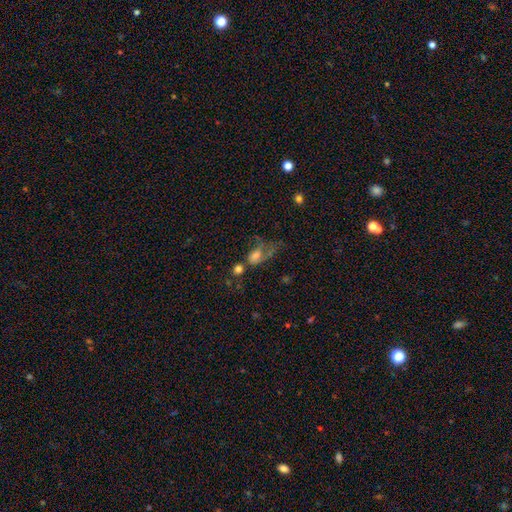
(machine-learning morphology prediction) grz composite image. It shows a smooth galaxy with no disk features (53%) that is in between round and cigar-shaped (72%). Merging: major disturbance (43%).